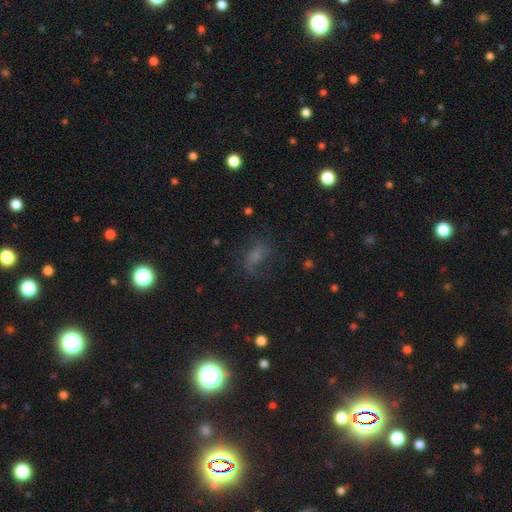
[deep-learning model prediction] Smooth or featured? smooth (42%)
Merging? none (47%)